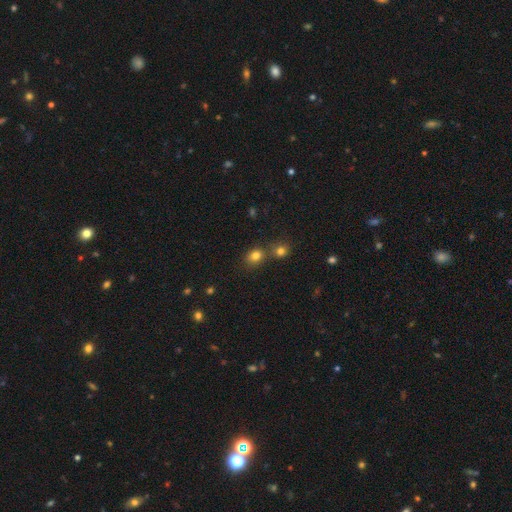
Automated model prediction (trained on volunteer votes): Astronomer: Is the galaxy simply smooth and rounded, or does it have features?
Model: smooth — 79%.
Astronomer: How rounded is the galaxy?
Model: round — 59% (runner-up: in between, 40%).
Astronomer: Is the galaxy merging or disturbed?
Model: none — 60%.